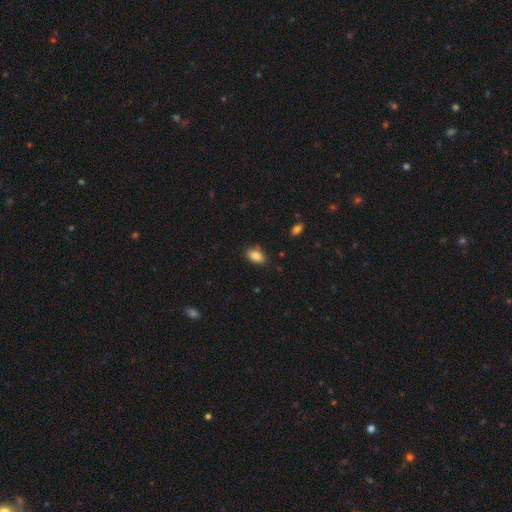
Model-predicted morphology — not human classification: Smooth or featured?
  - smooth: 85% *
  - star or artifact: 8%
  - featured or disk: 7%
How rounded?
  - in between: 91% *
  - round: 7%
  - cigar-shaped: 2%
Merging?
  - none: 82% *
  - minor disturbance: 13%
  - major disturbance: 3%
  - merger: 2%